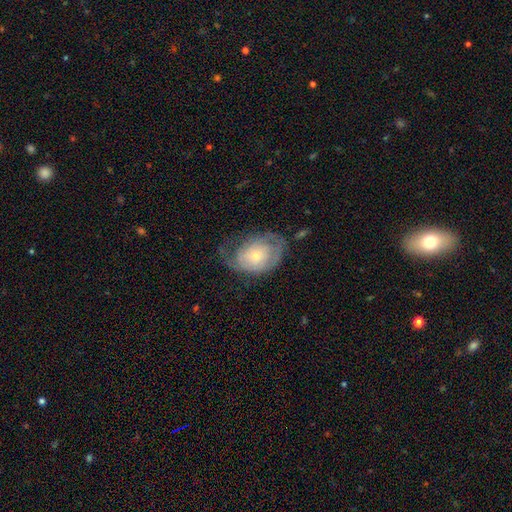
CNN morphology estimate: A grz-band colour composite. It shows a featured or disk galaxy (59%) with no bar (82%), spiral arms (71%) and a small central bulge (61%). Merging: none (43%).